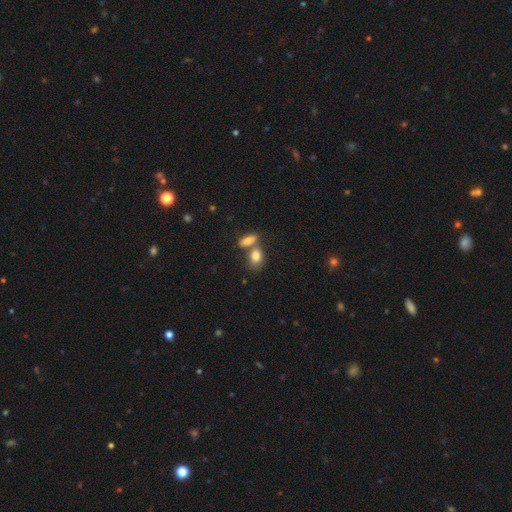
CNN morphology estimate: This is clearly a smooth galaxy (80%). How rounded: likely in between (76%). Merging: possibly merger (46%).